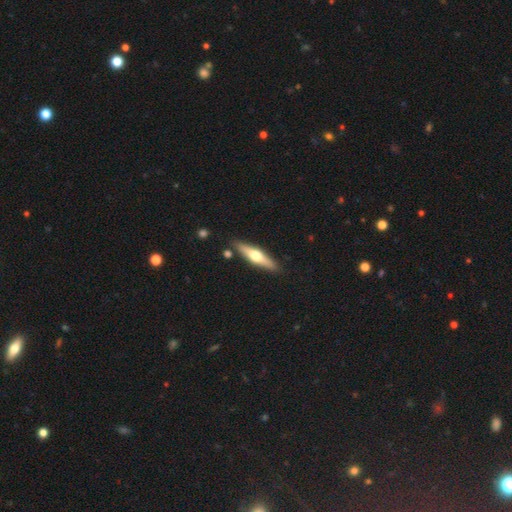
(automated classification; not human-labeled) This is possibly a featured or disk galaxy (59%). It is clearly viewed edge-on (94%). Edge-on bulge: clearly rounded (95%). Merging: clearly none (87%).